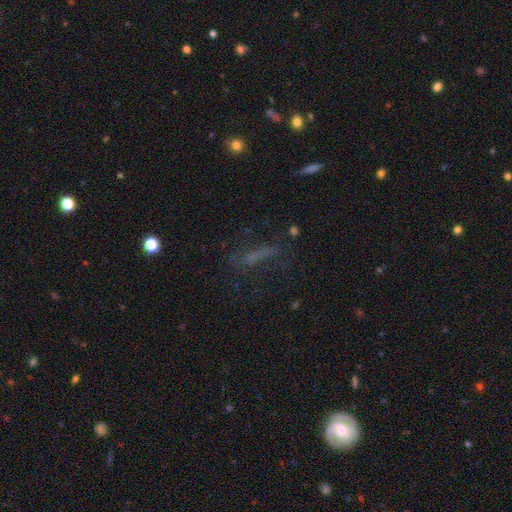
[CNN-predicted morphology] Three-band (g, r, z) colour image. It shows a smooth galaxy with no disk features (41%). Merging: none (57%).